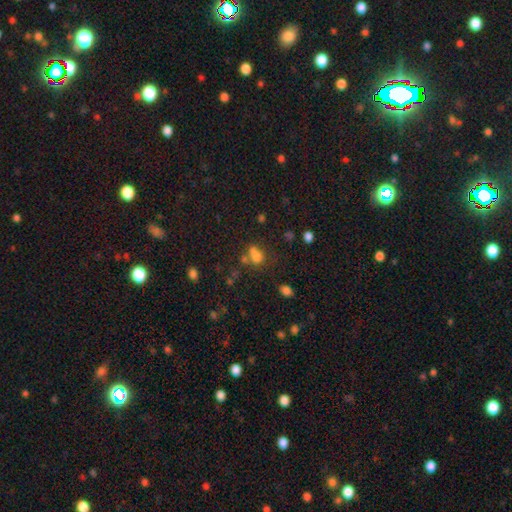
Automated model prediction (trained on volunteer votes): A smooth galaxy with no disk features (69%) that is in between round and cigar-shaped (55%). Merging: merger (38%).